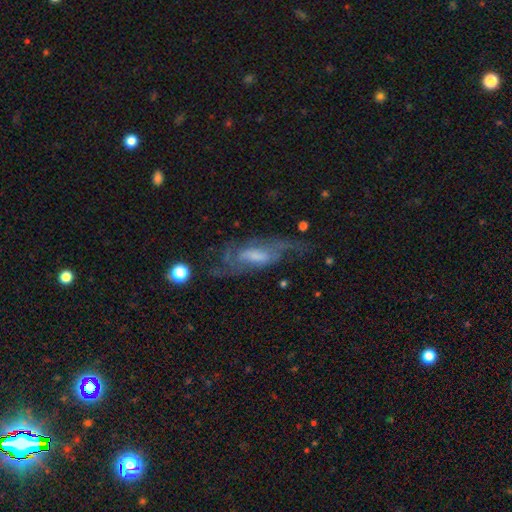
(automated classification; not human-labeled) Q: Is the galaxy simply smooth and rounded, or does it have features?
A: featured or disk — 75%.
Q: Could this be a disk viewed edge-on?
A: no — 89%.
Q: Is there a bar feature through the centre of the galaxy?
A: weak — 46%.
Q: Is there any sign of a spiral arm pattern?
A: yes — 87%.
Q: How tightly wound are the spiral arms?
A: medium — 44%.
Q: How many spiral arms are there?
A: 2 — 51%.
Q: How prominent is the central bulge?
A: moderate — 33%.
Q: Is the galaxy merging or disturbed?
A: none — 48%.